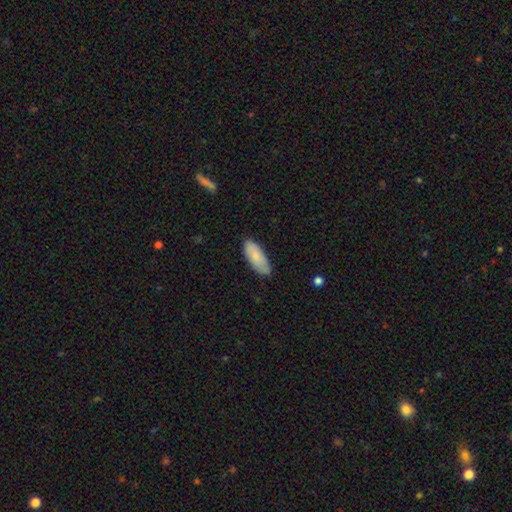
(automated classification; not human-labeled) smooth_or_featured: smooth (p=0.80) [alt: featured or disk p=0.14]
how_rounded: in between (p=0.79) [alt: cigar-shaped p=0.19]
merging: none (p=0.82) [alt: minor disturbance p=0.14]